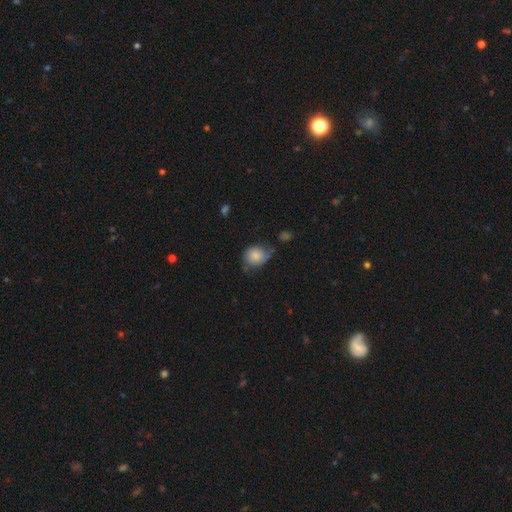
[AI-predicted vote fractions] smooth 71%, featured or disk 20%, star or artifact 8%. Down the decision tree: how rounded — round (66%); merging — none (44%).